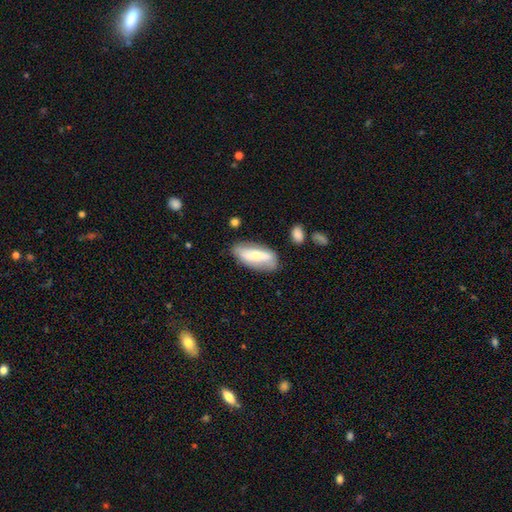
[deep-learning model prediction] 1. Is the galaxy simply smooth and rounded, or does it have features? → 50% smooth, 44% featured or disk, 6% star or artifact.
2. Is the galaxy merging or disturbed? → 73% none, 18% minor disturbance, 5% major disturbance, 4% merger.